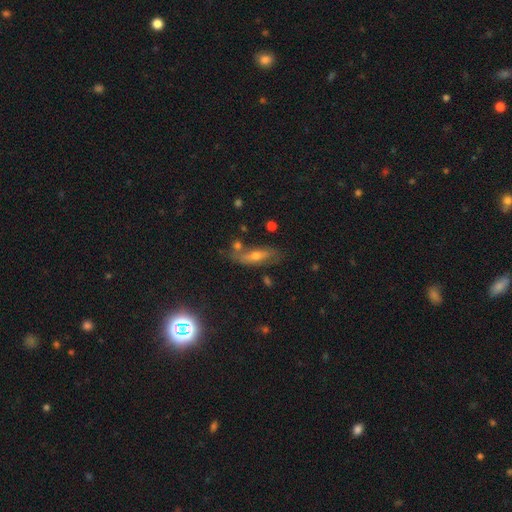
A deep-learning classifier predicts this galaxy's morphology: type=featured or disk (48%); merging=none (64%).